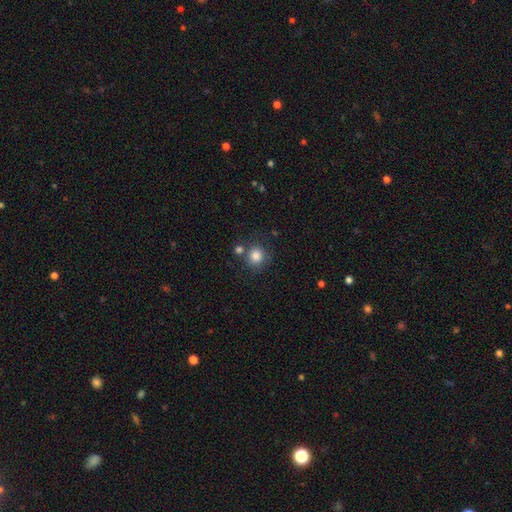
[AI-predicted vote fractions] This appears to be a smooth galaxy with no disk features (84%) that is round (88%). Merging: none (71%).